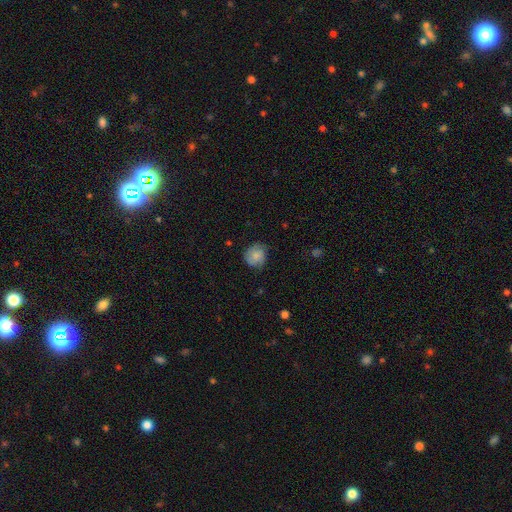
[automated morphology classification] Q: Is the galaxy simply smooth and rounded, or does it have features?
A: smooth — 74%.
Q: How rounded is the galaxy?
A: round — 82%.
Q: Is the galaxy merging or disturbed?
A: none — 69%.